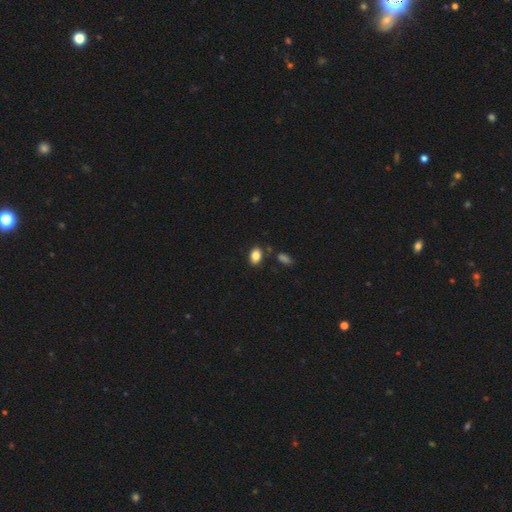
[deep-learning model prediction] smooth 85%, star or artifact 9%, featured or disk 6%. Down the decision tree: how rounded — in between (84%); merging — none (80%).